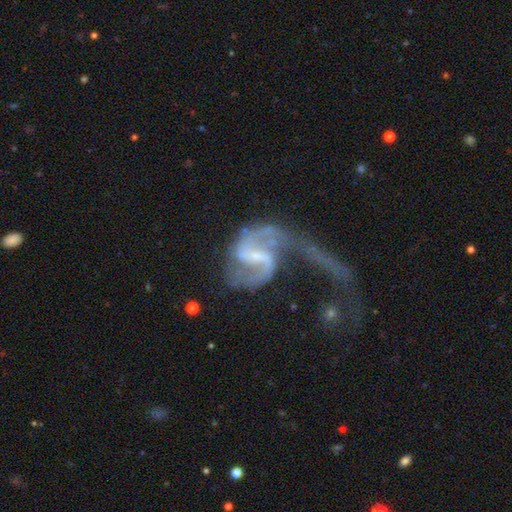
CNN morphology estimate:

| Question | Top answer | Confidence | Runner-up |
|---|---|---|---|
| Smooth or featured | featured or disk | 90% | star or artifact (5%) |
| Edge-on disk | no | 98% | yes (2%) |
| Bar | weak | 48% | strong (37%) |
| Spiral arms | yes | 96% | no (4%) |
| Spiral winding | loose | 47% | medium (41%) |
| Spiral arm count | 2 | 86% | 1 (5%) |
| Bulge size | small | 68% | moderate (20%) |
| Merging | major disturbance | 40% | none (26%) |